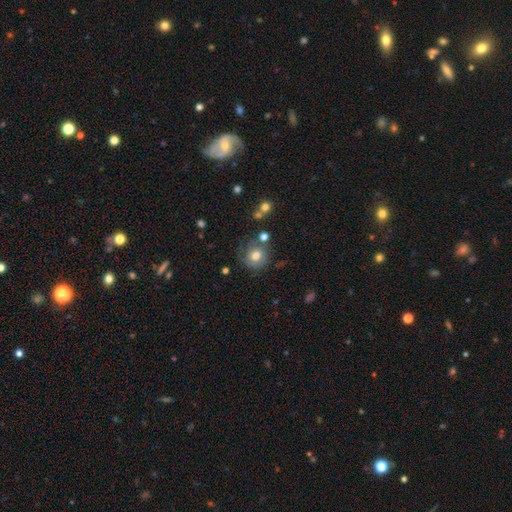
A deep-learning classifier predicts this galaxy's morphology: smooth 69%, featured or disk 20%, star or artifact 10%. Down the decision tree: how rounded — round (83%); merging — none (66%).